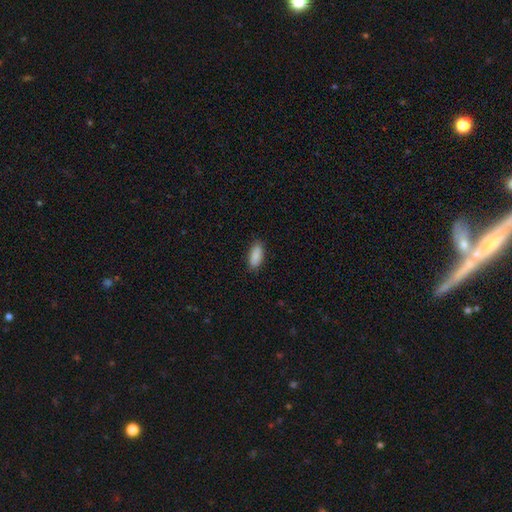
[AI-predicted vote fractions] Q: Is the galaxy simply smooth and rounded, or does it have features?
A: smooth — 90%.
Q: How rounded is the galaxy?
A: in between — 87%.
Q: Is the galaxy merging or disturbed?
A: none — 86%.